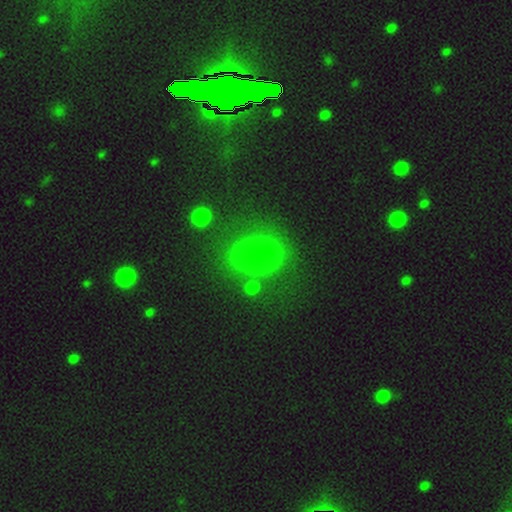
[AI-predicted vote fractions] The model was most divided on "merging": merger: 47%, none: 36%, minor disturbance: 10%, major disturbance: 6%. More confident: how rounded — round (62%); smooth or featured — smooth (60%).